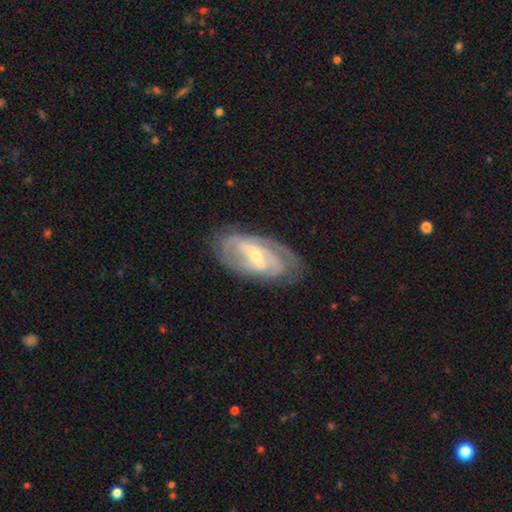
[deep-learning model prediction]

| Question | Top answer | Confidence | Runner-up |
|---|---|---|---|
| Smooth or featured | featured or disk | 84% | smooth (11%) |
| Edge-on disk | no | 94% | yes (6%) |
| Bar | strong | 43% | weak (42%) |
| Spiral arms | yes | 92% | no (8%) |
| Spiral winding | tight | 53% | medium (37%) |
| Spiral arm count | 2 | 53% | can't tell (23%) |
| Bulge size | small | 55% | moderate (40%) |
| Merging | none | 75% | minor disturbance (18%) |